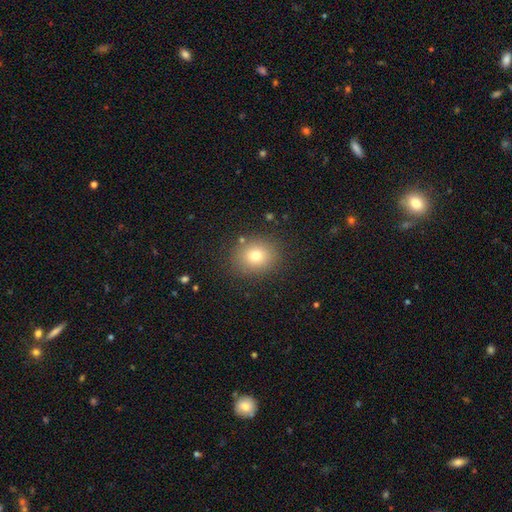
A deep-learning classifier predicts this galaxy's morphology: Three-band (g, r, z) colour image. It shows a smooth galaxy with no disk features (75%) that is round (71%). Merging: none (87%).